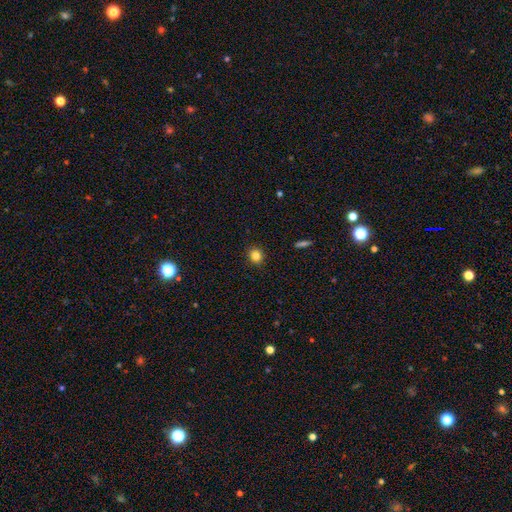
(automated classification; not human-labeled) Smooth or featured? smooth (82%)
How rounded? round (85%)
Merging? none (90%)